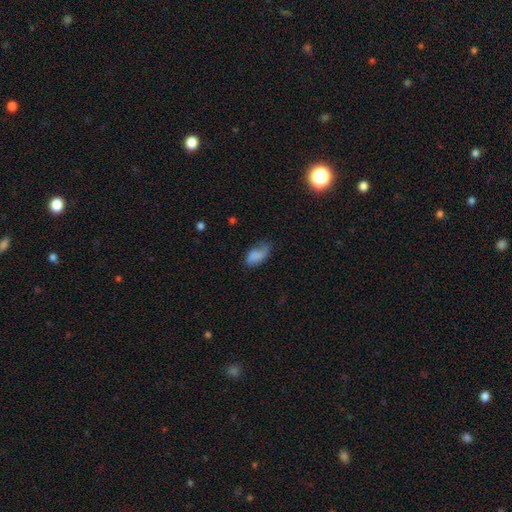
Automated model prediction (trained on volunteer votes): A smooth galaxy with no disk features (74%) that is in between round and cigar-shaped (92%).

Vote fractions:
- Smooth or featured? smooth: 74% / featured or disk: 17% / star or artifact: 9%
- How rounded? in between: 92% / round: 4% / cigar-shaped: 3%
- Merging? none: 53% / minor disturbance: 33% / major disturbance: 12% / merger: 2%